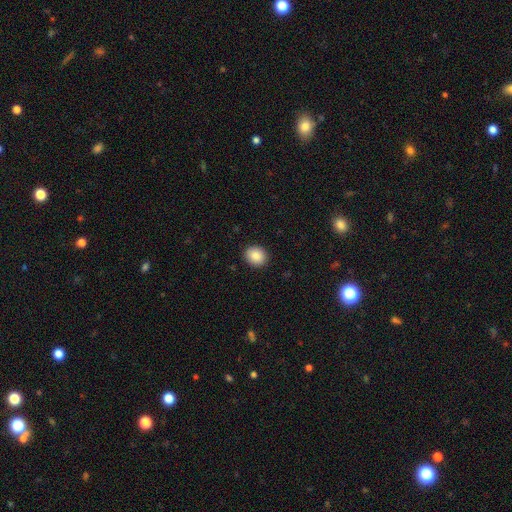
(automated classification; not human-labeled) A smooth galaxy with no disk features (87%) that is round (70%). Merging: none (91%).